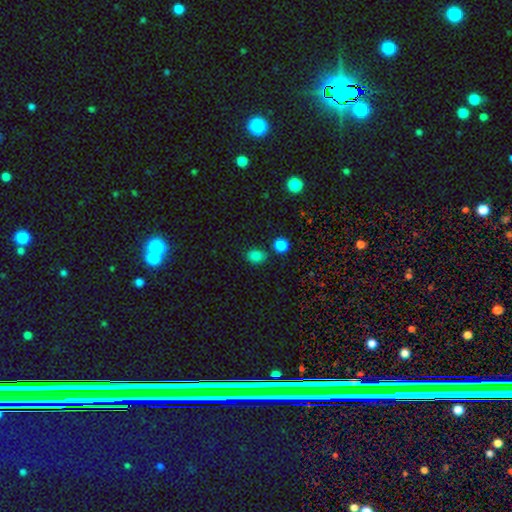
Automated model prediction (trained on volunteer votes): smooth 82%, star or artifact 14%, featured or disk 4%. Down the decision tree: how rounded — in between (58%); merging — none (79%).